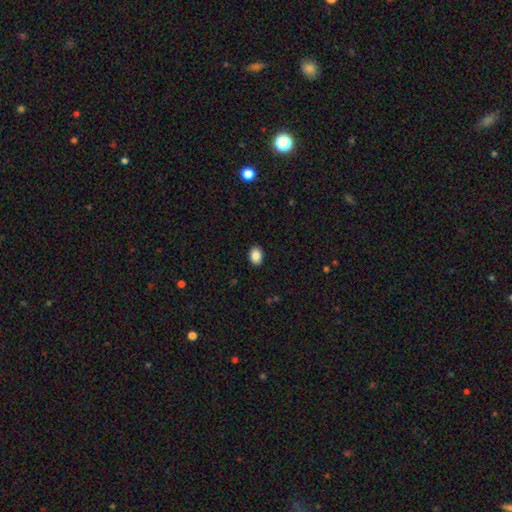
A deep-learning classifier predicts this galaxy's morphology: type=smooth (88%); roundness=in between (71%); merging=none (90%).